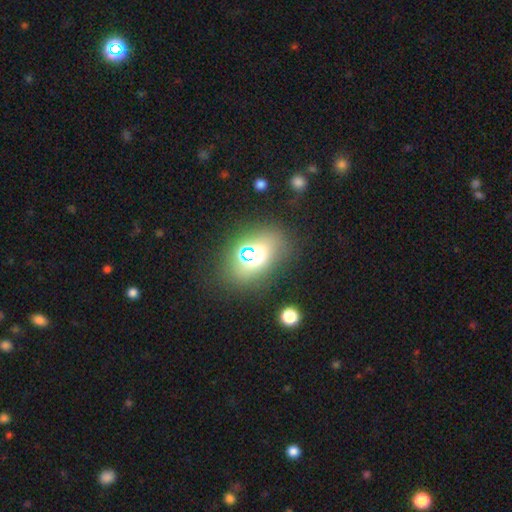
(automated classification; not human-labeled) The model was most divided on "smooth or featured": smooth: 52%, star or artifact: 32%, featured or disk: 17%. More confident: merging — none (75%); how rounded — in between (59%).